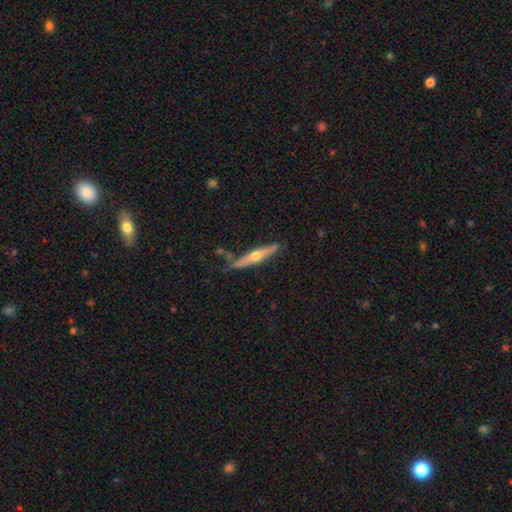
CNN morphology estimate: The model was most divided on "smooth or featured": featured or disk: 66%, smooth: 29%, star or artifact: 6%. More confident: edge-on disk — yes (96%); edge-on bulge — rounded (93%); merging — none (82%).